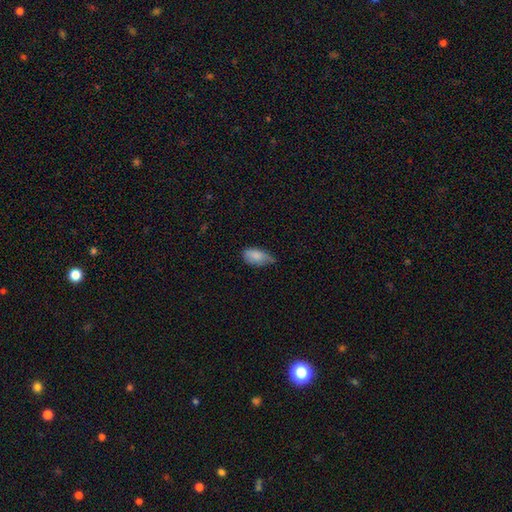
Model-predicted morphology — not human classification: A smooth galaxy with no disk features (82%) that is in between round and cigar-shaped (92%). Merging: minor disturbance (49%).